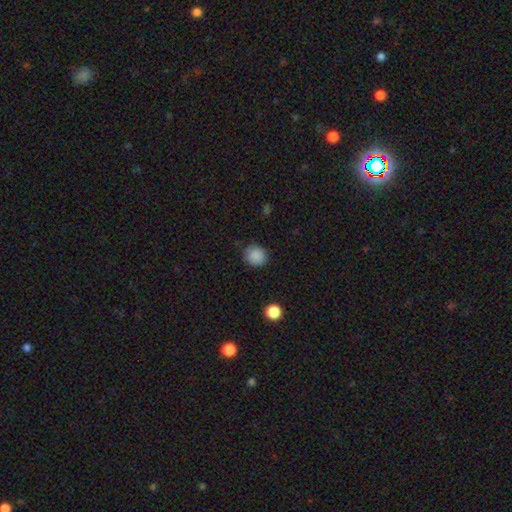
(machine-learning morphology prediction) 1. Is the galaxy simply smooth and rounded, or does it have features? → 87% smooth, 10% star or artifact, 3% featured or disk.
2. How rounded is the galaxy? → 83% round, 16% in between, 1% cigar-shaped.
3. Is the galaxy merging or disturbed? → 85% none, 11% minor disturbance, 3% major disturbance, 1% merger.